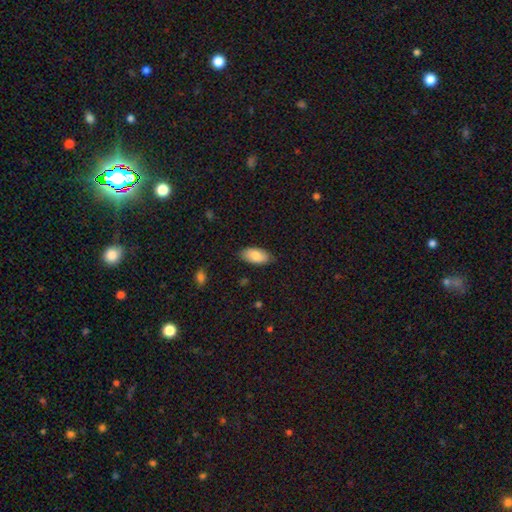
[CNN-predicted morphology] type=smooth (84%); roundness=in between (93%); merging=none (83%).